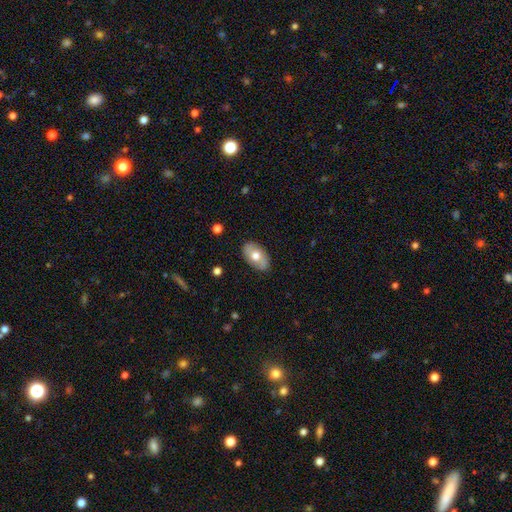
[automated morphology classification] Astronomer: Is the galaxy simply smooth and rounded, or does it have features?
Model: smooth — 62%.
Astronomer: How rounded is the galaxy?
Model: in between — 93%.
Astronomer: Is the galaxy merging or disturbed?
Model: none — 84%.